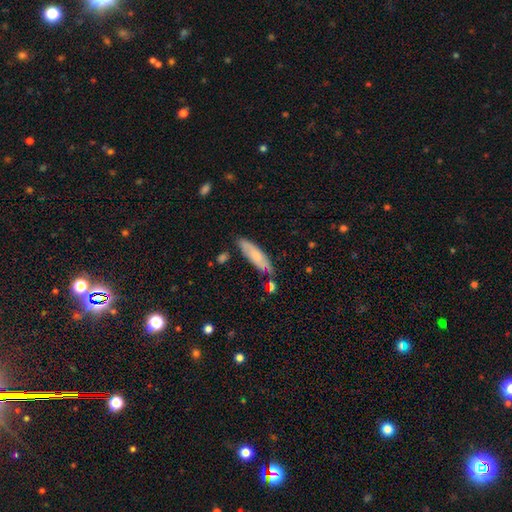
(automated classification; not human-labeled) A smooth galaxy with no disk features (69%) that is cigar-shaped (60%).

Vote fractions:
- Smooth or featured? smooth: 69% / featured or disk: 24% / star or artifact: 7%
- How rounded? cigar-shaped: 60% / in between: 38% / round: 2%
- Merging? none: 67% / minor disturbance: 23% / merger: 6% / major disturbance: 5%